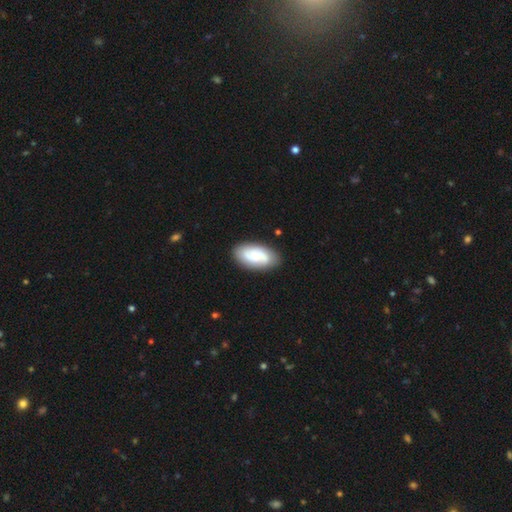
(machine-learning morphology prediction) Smooth or featured?
  - featured or disk: 47% * (tied)
  - smooth: 47% * (tied)
  - star or artifact: 6%
Merging?
  - none: 83% *
  - minor disturbance: 12%
  - major disturbance: 3%
  - merger: 2%